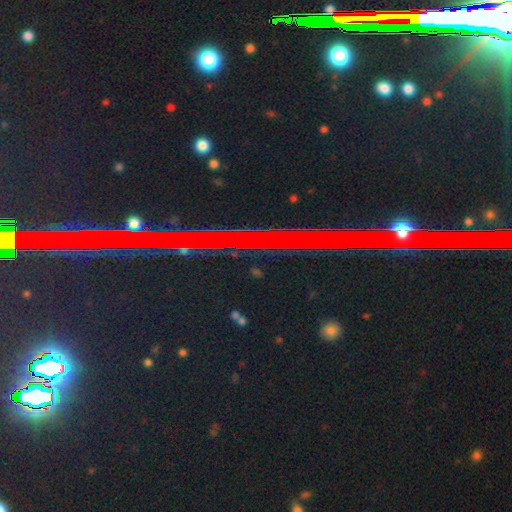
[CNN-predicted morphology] This is clearly a star or artifact rather than a galaxy (84%).